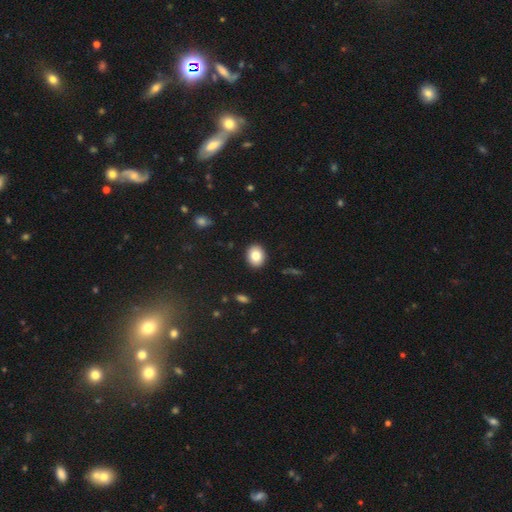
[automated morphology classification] A smooth galaxy with no disk features (83%) that is in between round and cigar-shaped (51%).

Vote fractions:
- Smooth or featured? smooth: 83% / star or artifact: 8% / featured or disk: 8%
- How rounded? in between: 51% / round: 48% / cigar-shaped: 1%
- Merging? none: 90% / minor disturbance: 7% / major disturbance: 2% / merger: 1%